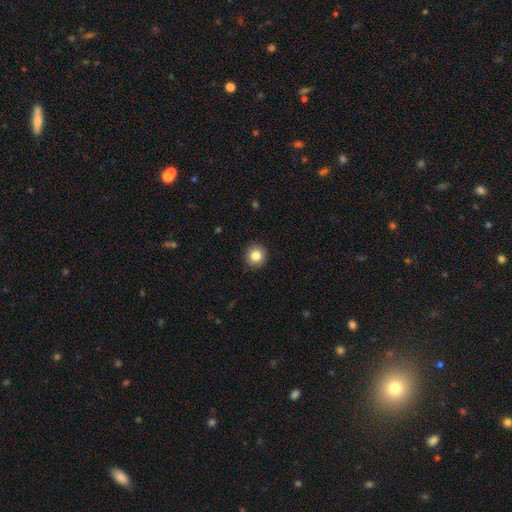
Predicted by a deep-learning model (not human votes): The model was most divided on "smooth or featured": smooth: 83%, star or artifact: 10%, featured or disk: 7%. More confident: how rounded — round (94%); merging — none (92%).